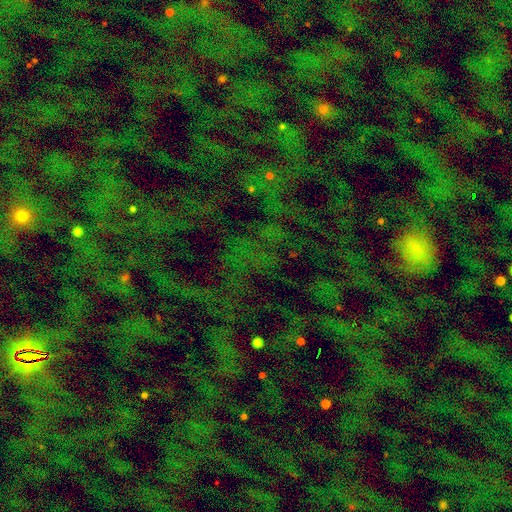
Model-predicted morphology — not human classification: Smooth or featured?
  - star or artifact: 69% *
  - smooth: 20%
  - featured or disk: 11%